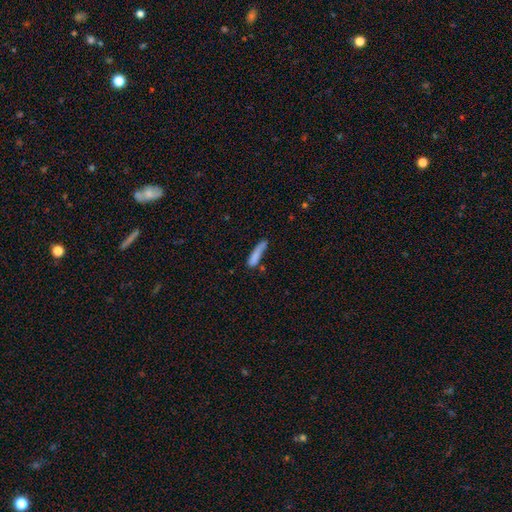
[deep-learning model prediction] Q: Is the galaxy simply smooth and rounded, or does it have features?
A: smooth — 79%.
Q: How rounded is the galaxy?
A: cigar-shaped — 84%.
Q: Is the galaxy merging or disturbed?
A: none — 53%.